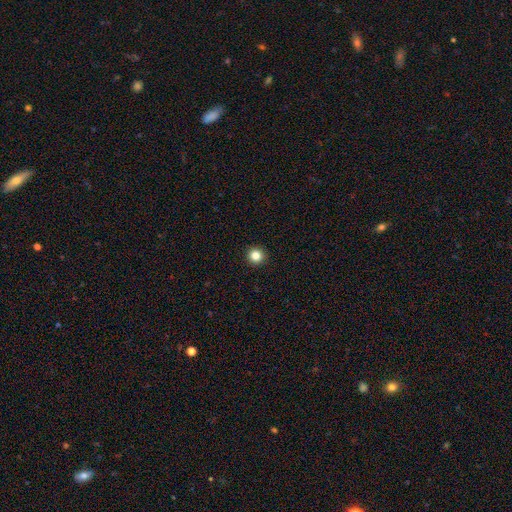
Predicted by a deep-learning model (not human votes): Overall: smooth (84%). How rounded: round (95%). Merging: none (94%).